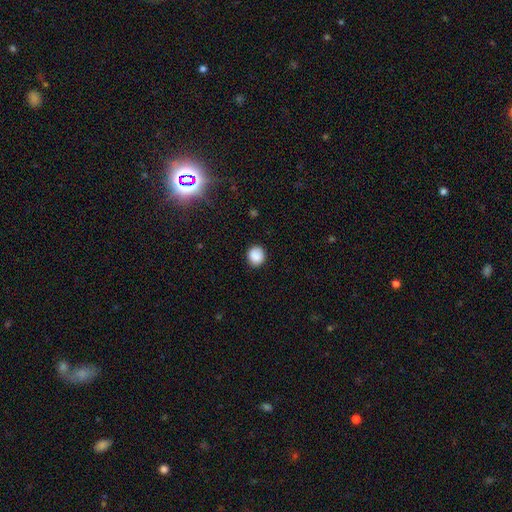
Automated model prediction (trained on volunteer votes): Smooth or featured: smooth — 88% (star or artifact — 9%)
How rounded: round — 84% (in between — 15%)
Merging: none — 88% (minor disturbance — 8%)